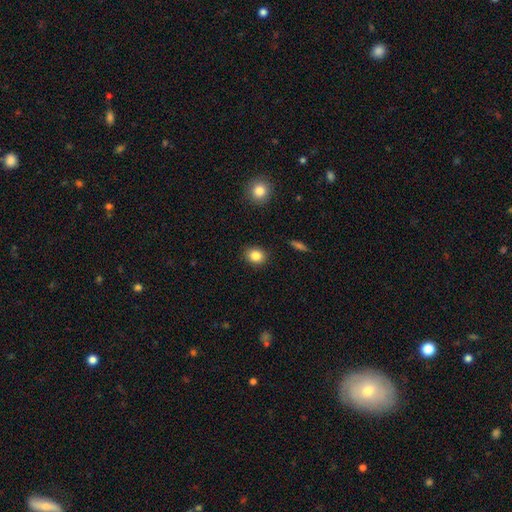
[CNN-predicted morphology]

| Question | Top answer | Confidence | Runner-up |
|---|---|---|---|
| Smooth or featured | smooth | 85% | star or artifact (10%) |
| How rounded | round | 63% | in between (36%) |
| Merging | none | 89% | minor disturbance (7%) |